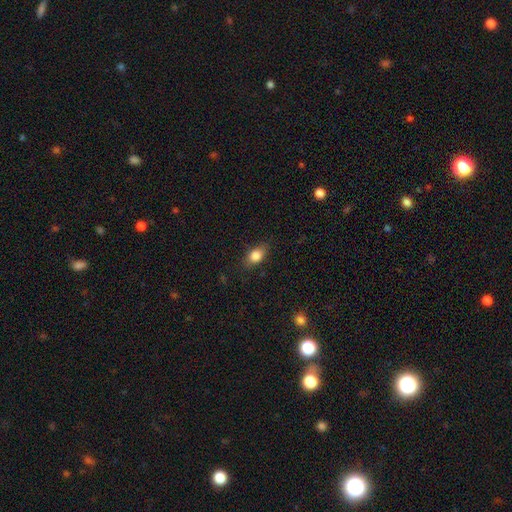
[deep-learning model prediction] Smooth or featured: smooth — 82% (featured or disk — 9%)
How rounded: in between — 81% (round — 14%)
Merging: none — 80% (minor disturbance — 15%)